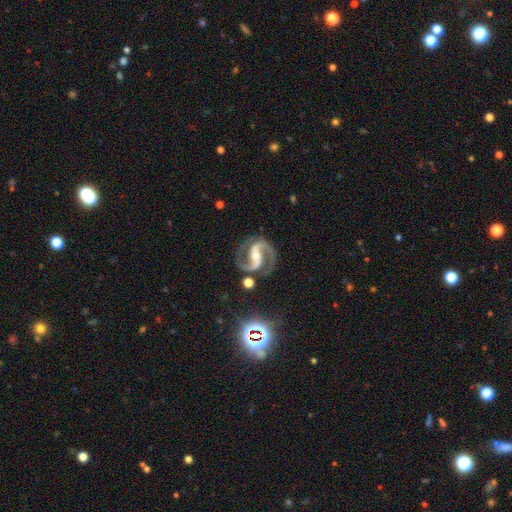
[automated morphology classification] type=featured or disk (93%); edge-on=no (98%); bar=strong (51%); spiral arms=yes (99%); winding=medium (67%); arm count=2 (94%); bulge=moderate (48%); merging=none (82%).